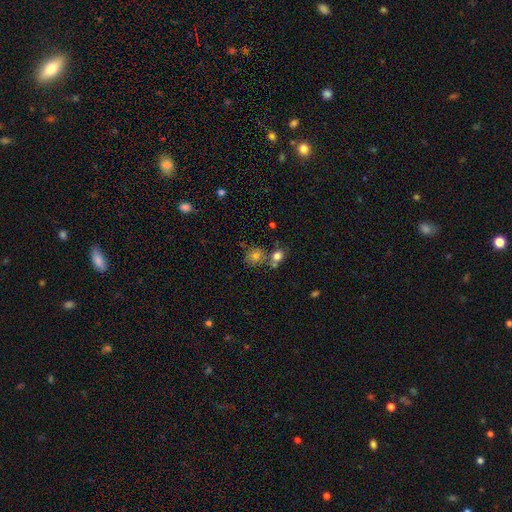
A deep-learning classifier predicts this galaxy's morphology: The model was most divided on "merging": none: 57%, merger: 27%, minor disturbance: 12%, major disturbance: 4%. More confident: how rounded — round (77%); smooth or featured — smooth (76%).